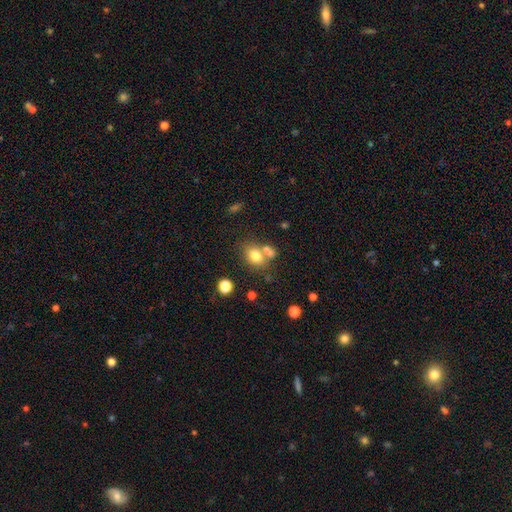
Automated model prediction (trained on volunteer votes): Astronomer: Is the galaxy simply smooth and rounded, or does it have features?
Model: smooth — 75%.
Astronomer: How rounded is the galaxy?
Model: in between — 60% (runner-up: round, 39%).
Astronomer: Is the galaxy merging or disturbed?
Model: none — 51% (runner-up: merger, 30%).